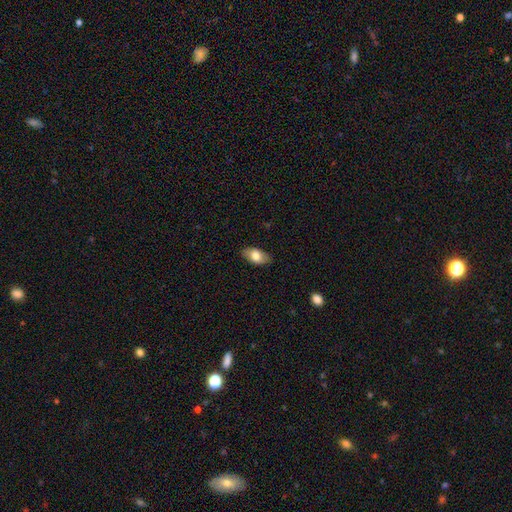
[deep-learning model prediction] Smooth or featured? smooth (75%)
How rounded? in between (92%)
Merging? none (85%)